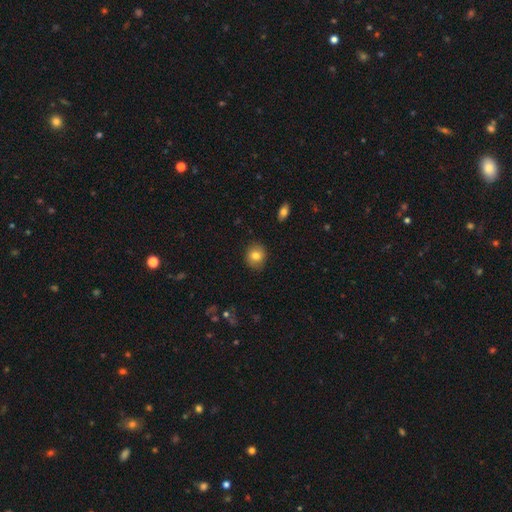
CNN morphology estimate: Smooth or featured?
  - smooth: 80% *
  - featured or disk: 11%
  - star or artifact: 9%
How rounded?
  - round: 76% *
  - in between: 23%
  - cigar-shaped: 1%
Merging?
  - none: 88% *
  - minor disturbance: 9%
  - major disturbance: 2%
  - merger: 1%